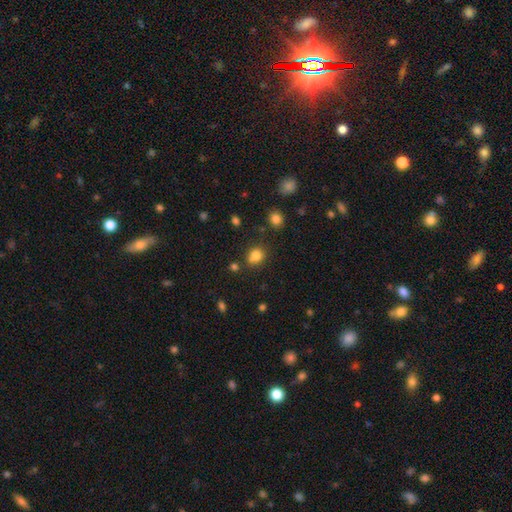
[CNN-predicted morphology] smooth_or_featured: smooth (p=0.79) [alt: star or artifact p=0.14]
how_rounded: round (p=0.76) [alt: in between p=0.24]
merging: none (p=0.65) [alt: merger p=0.17]